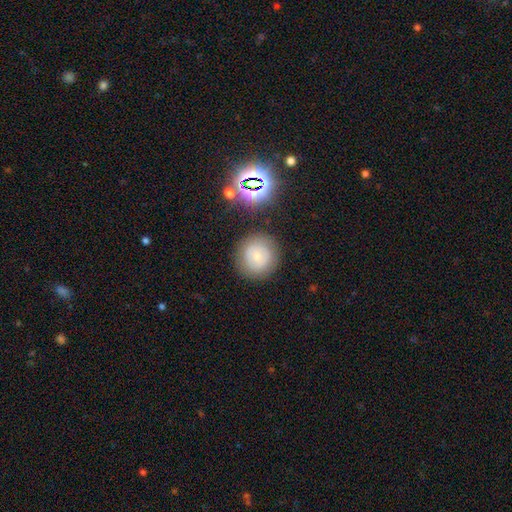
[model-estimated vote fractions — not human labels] smooth_or_featured: smooth (p=0.66) [alt: featured or disk p=0.21]
how_rounded: round (p=0.92) [alt: in between p=0.07]
merging: none (p=0.83) [alt: minor disturbance p=0.10]